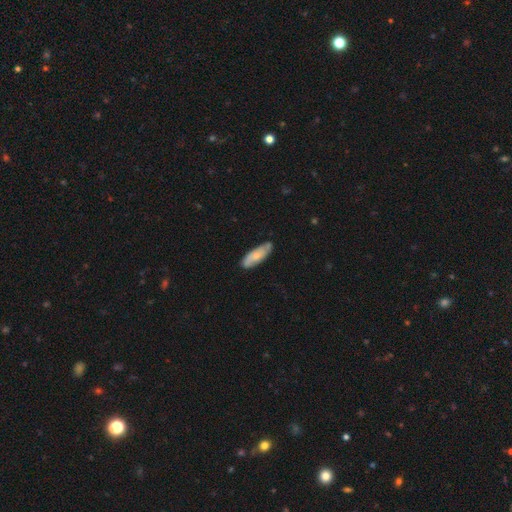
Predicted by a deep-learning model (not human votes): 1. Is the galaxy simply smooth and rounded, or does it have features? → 59% smooth, 36% featured or disk, 5% star or artifact.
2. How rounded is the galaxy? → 63% in between, 36% cigar-shaped, 2% round.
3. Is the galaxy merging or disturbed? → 77% none, 18% minor disturbance, 3% major disturbance, 2% merger.